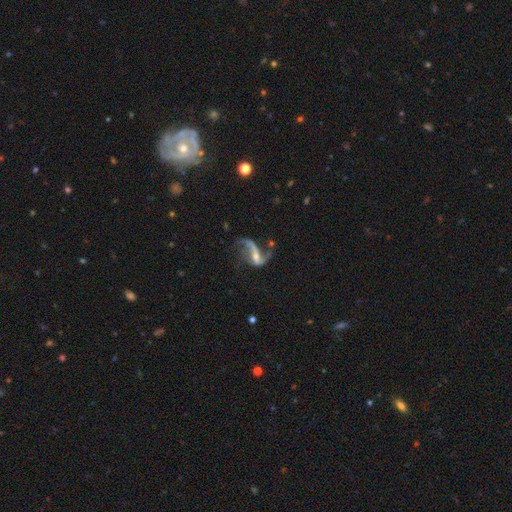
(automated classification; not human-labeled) smooth_or_featured: featured or disk (p=0.84) [alt: smooth p=0.08]
disk_edge_on: no (p=0.96) [alt: yes p=0.04]
bar: strong (p=0.38) [alt: weak p=0.37]
has_spiral_arms: yes (p=0.91) [alt: no p=0.09]
spiral_winding: loose (p=0.84) [alt: medium p=0.13]
spiral_arm_count: 2 (p=0.82) [alt: 1 p=0.11]
bulge_size: small (p=0.55) [alt: moderate p=0.31]
merging: none (p=0.43) [alt: major disturbance p=0.31]